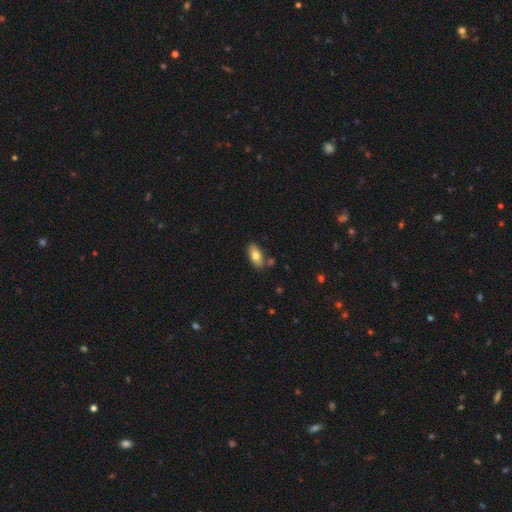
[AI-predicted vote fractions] smooth 76%, featured or disk 17%, star or artifact 7%. Down the decision tree: how rounded — in between (89%); merging — none (77%).